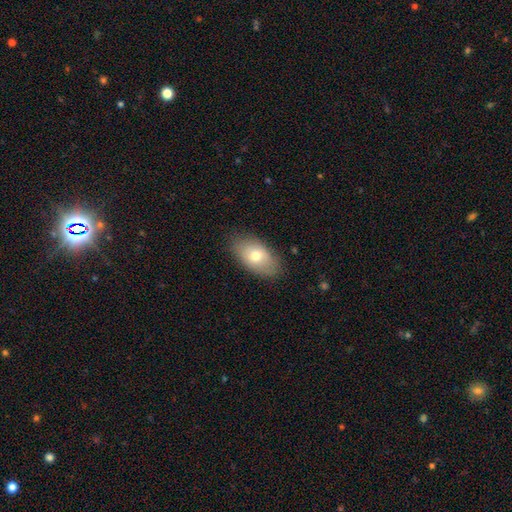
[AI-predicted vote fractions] Overall: smooth (71%). How rounded: in between (92%). Merging: none (83%).